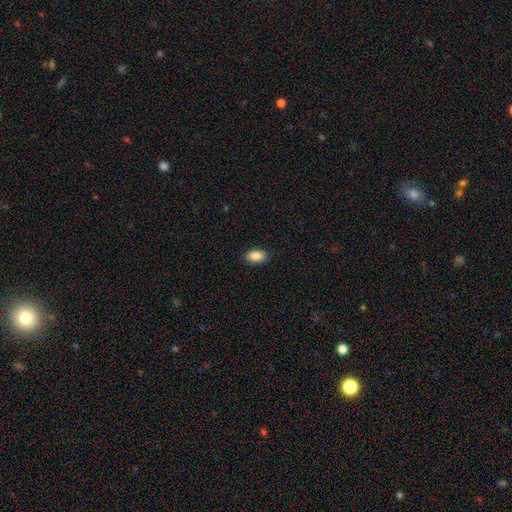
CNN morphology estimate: Smooth or featured? smooth (88%)
How rounded? in between (93%)
Merging? none (90%)